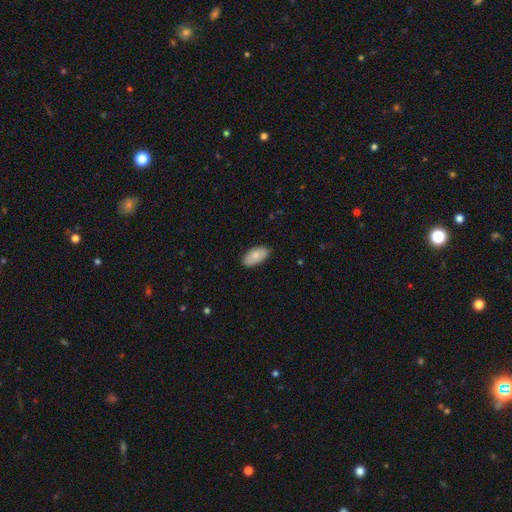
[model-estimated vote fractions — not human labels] Morphology: type=smooth (83%); roundness=in between (95%); merging=none (86%).